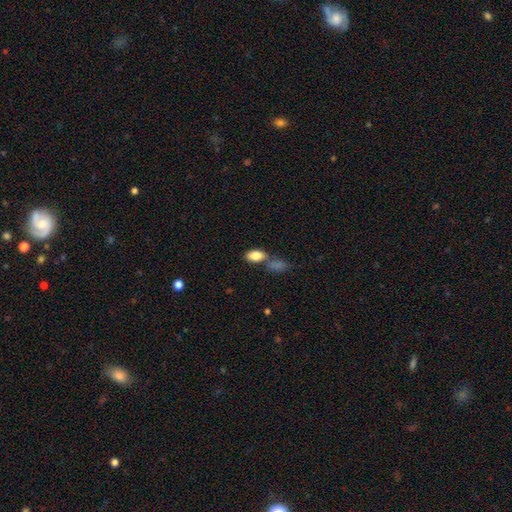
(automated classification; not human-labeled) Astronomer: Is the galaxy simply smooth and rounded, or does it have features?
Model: smooth — 84%.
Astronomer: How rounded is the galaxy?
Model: in between — 91%.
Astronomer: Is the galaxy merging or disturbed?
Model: none — 48% (runner-up: merger, 34%).